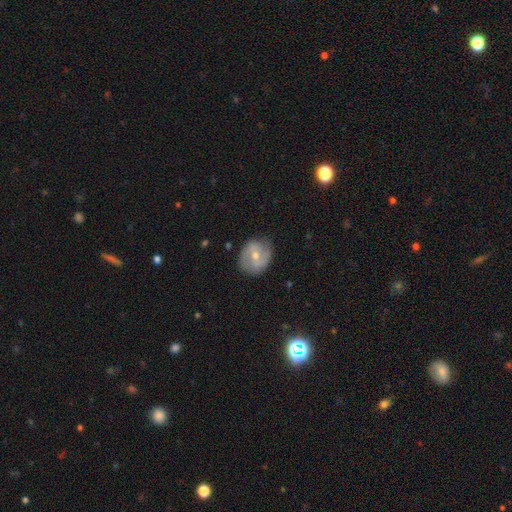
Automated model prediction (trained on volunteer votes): A featured or disk galaxy (51%). Merging: none (76%).